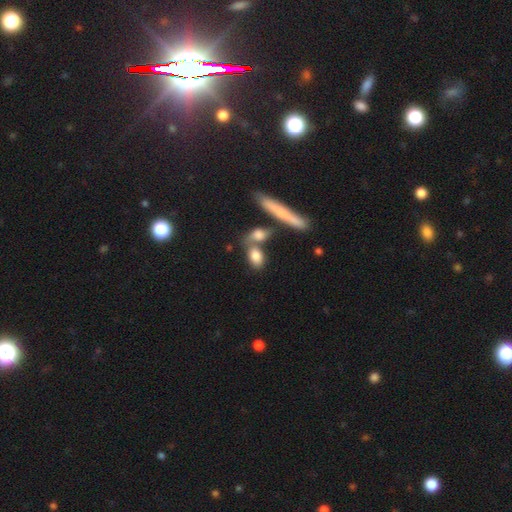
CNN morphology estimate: Smooth or featured?
  - smooth: 79% *
  - featured or disk: 14%
  - star or artifact: 8%
How rounded?
  - in between: 75% *
  - cigar-shaped: 13%
  - round: 12%
Merging?
  - none: 50% *
  - merger: 32%
  - minor disturbance: 12%
  - major disturbance: 5%